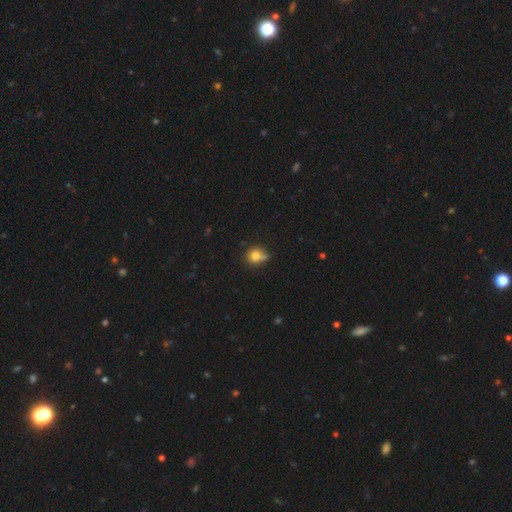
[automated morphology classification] Smooth or featured?
  - smooth: 78% *
  - star or artifact: 11%
  - featured or disk: 11%
How rounded?
  - round: 74% *
  - in between: 24%
  - cigar-shaped: 1%
Merging?
  - none: 50% *
  - minor disturbance: 31%
  - merger: 10%
  - major disturbance: 10%